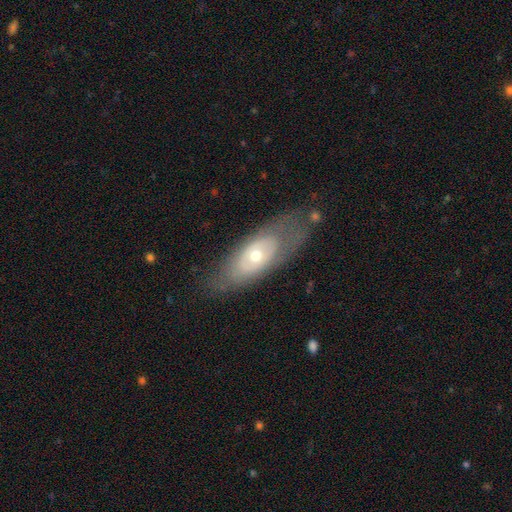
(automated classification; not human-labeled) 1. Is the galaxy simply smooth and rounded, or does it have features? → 54% featured or disk, 39% smooth, 7% star or artifact.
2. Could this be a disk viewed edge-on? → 80% no, 20% yes.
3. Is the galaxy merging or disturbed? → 69% none, 18% minor disturbance, 11% major disturbance, 2% merger.